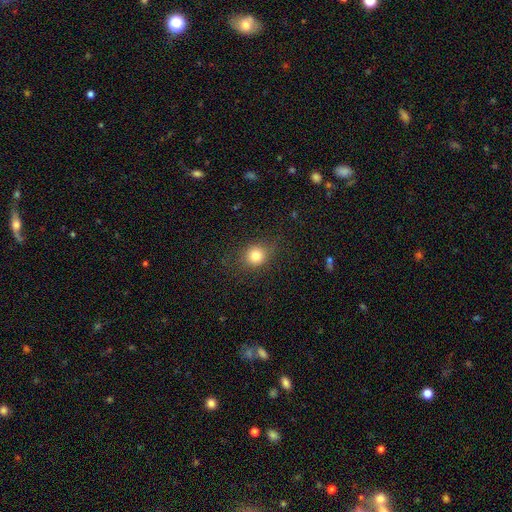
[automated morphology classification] A smooth galaxy with no disk features (79%) that is round (77%).

Vote fractions:
- Smooth or featured? smooth: 79% / star or artifact: 13% / featured or disk: 8%
- How rounded? round: 77% / in between: 22% / cigar-shaped: 1%
- Merging? none: 80% / minor disturbance: 14% / major disturbance: 5% / merger: 1%